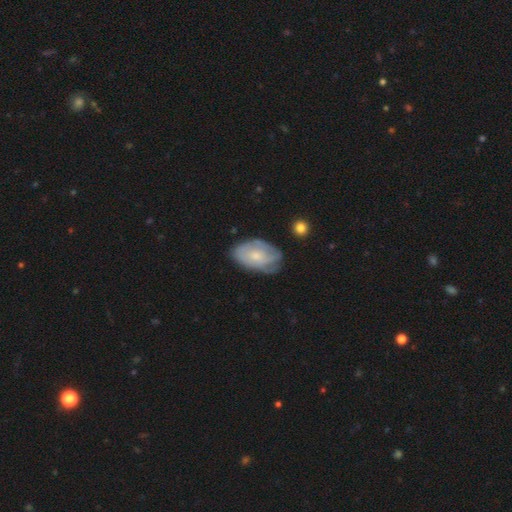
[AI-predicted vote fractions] Smooth or featured: featured or disk — 51% (smooth — 43%)
Edge-on disk: no — 95% (yes — 5%)
Merging: none — 62% (minor disturbance — 28%)